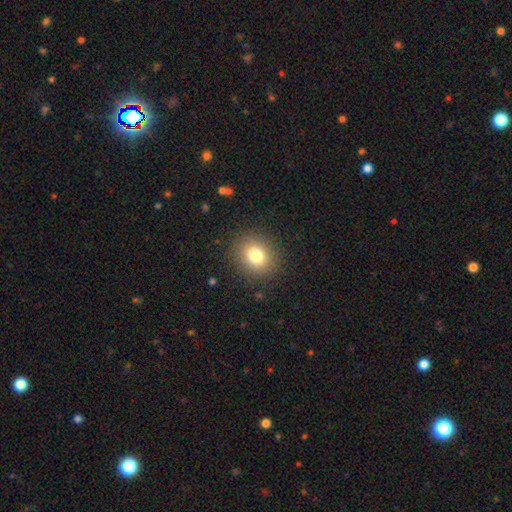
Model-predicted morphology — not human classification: This appears to be a smooth galaxy with no disk features (79%) that is round (75%). Merging: none (89%).